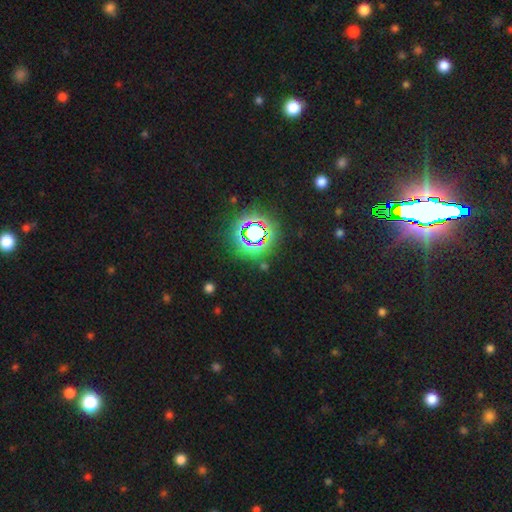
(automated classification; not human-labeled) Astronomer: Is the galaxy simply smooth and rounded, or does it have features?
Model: star or artifact — 82%.